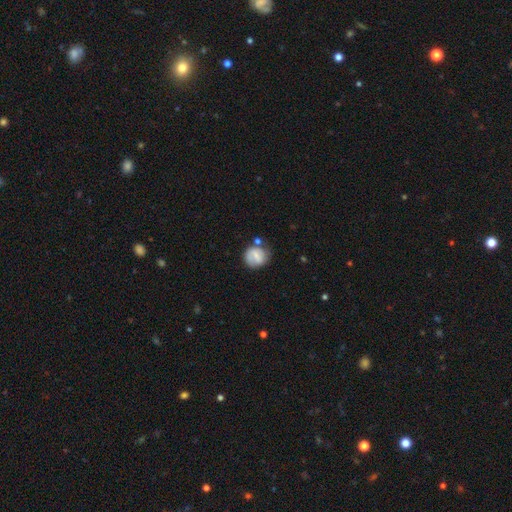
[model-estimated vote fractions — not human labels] The model was most divided on "smooth or featured": smooth: 57%, featured or disk: 35%, star or artifact: 8%. More confident: how rounded — round (78%); merging — none (60%).